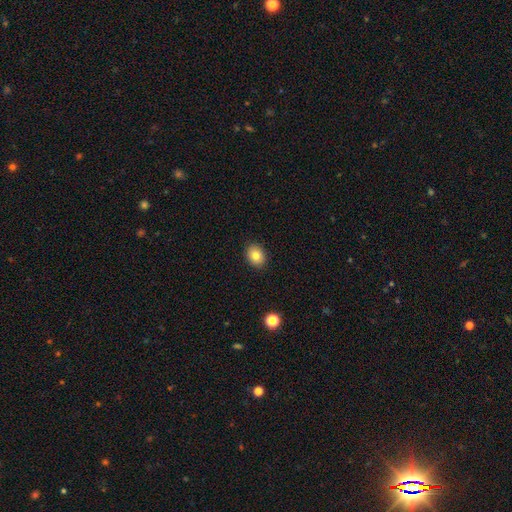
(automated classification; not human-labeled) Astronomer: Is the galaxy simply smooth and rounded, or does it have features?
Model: smooth — 81%.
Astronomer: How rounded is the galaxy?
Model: round — 51% (runner-up: in between, 48%).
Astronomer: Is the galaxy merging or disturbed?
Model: none — 90%.